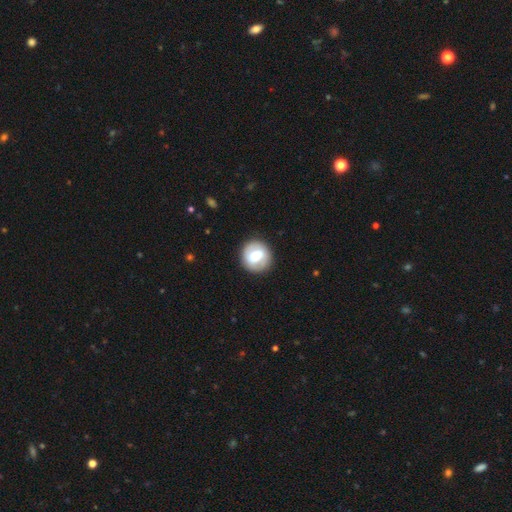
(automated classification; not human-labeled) Smooth or featured?
  - smooth: 55% *
  - featured or disk: 38%
  - star or artifact: 7%
How rounded?
  - round: 91% *
  - in between: 8%
  - cigar-shaped: 1%
Merging?
  - none: 88% *
  - minor disturbance: 8%
  - major disturbance: 3%
  - merger: 1%